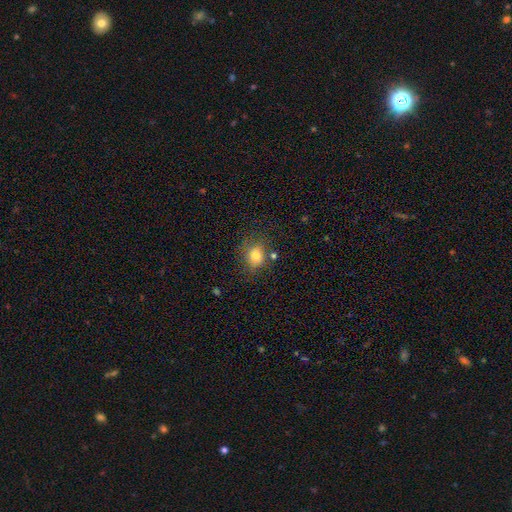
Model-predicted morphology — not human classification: Smooth or featured? smooth (78%)
How rounded? round (58%)
Merging? none (69%)